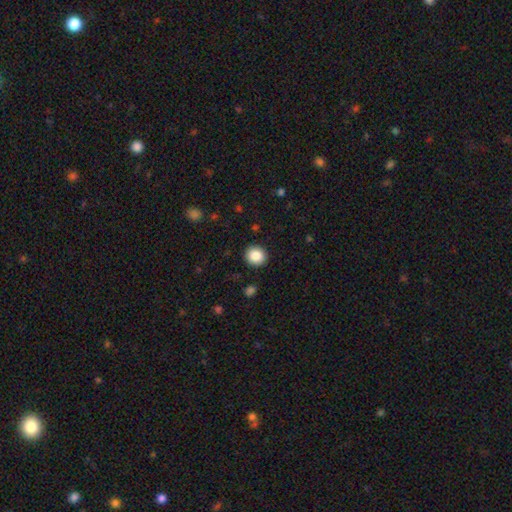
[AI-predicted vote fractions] Smooth or featured? Predicted: smooth (p=0.86). How rounded? Predicted: round (p=0.89). Merging? Predicted: none (p=0.92).